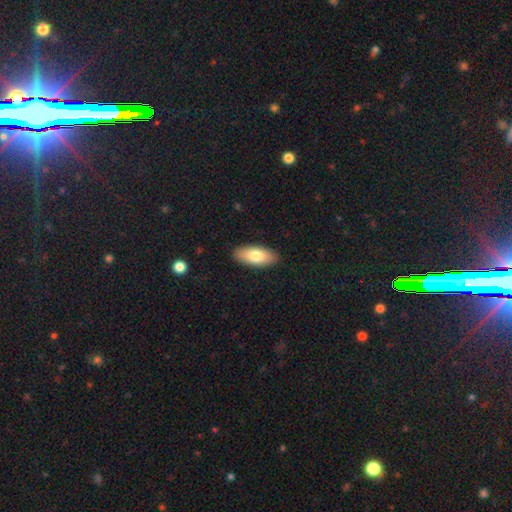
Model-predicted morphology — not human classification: smooth 78%, featured or disk 16%, star or artifact 6%. Down the decision tree: how rounded — in between (88%); merging — none (89%).